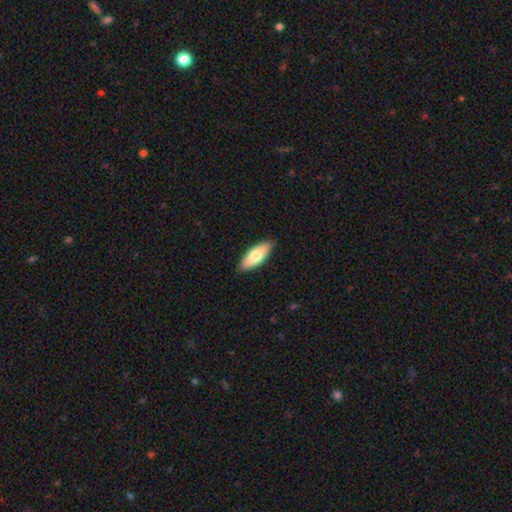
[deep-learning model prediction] Smooth or featured? smooth (75%)
How rounded? in between (69%)
Merging? none (88%)